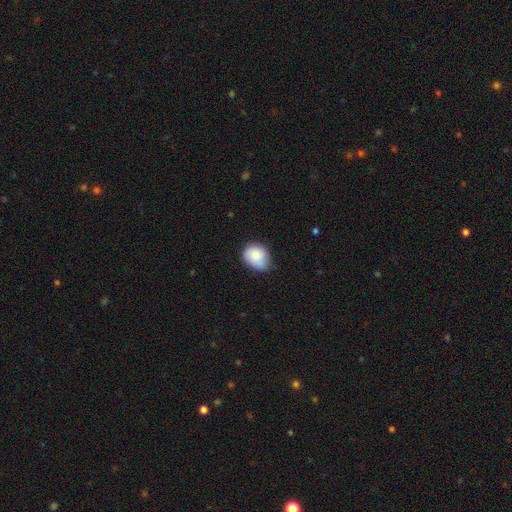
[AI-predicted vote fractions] Smooth or featured? Predicted: smooth (p=0.83). How rounded? Predicted: round (p=0.55). Merging? Predicted: none (p=0.57).